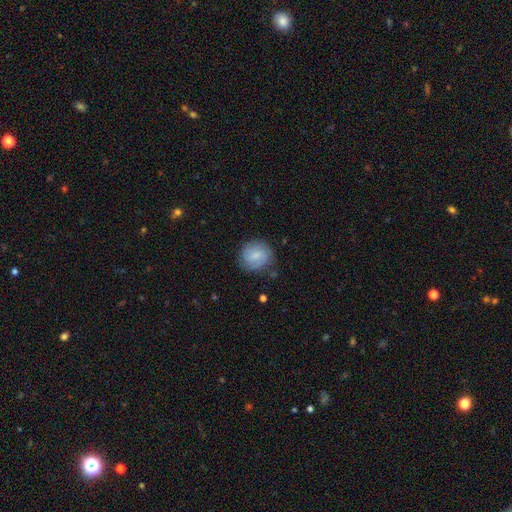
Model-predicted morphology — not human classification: This is likely a smooth galaxy (71%). How rounded: clearly round (82%). Merging: likely none (79%).